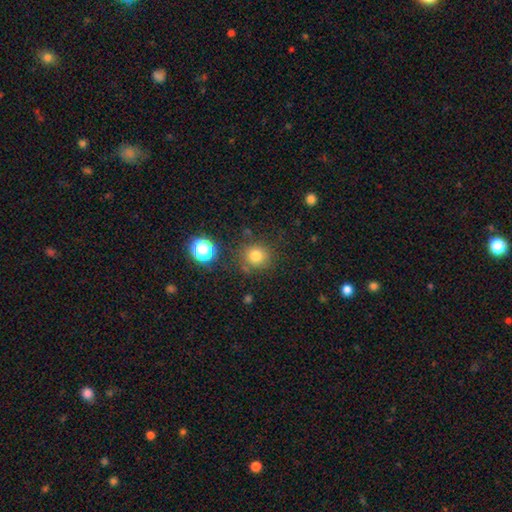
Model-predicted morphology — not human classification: A smooth galaxy with no disk features (79%) that is round (88%).

Vote fractions:
- Smooth or featured? smooth: 79% / star or artifact: 15% / featured or disk: 6%
- How rounded? round: 88% / in between: 11% / cigar-shaped: 1%
- Merging? none: 80% / minor disturbance: 11% / merger: 5% / major disturbance: 4%